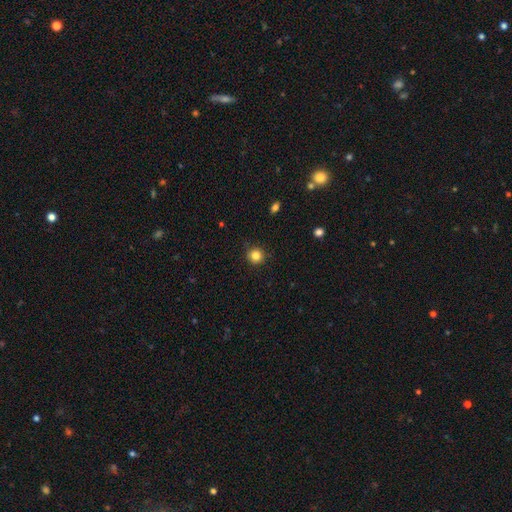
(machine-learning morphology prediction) Q: Smooth or featured?
A: smooth (83%); runner-up: star or artifact (12%)
Q: How rounded?
A: round (94%); runner-up: in between (5%)
Q: Merging?
A: none (88%); runner-up: minor disturbance (9%)